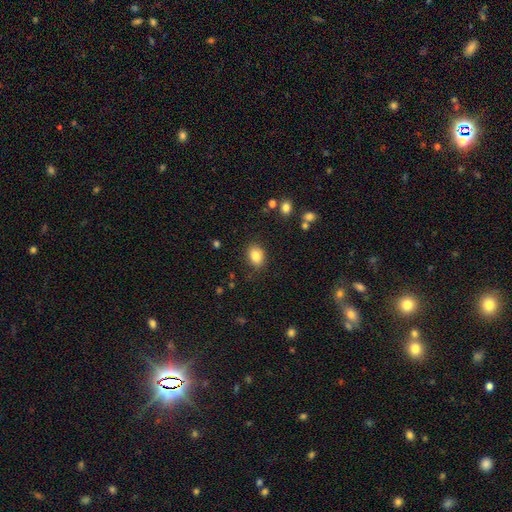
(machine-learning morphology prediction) A smooth galaxy with no disk features (84%) that is in between round and cigar-shaped (73%).

Vote fractions:
- Smooth or featured? smooth: 84% / star or artifact: 9% / featured or disk: 7%
- How rounded? in between: 73% / round: 26% / cigar-shaped: 1%
- Merging? none: 85% / minor disturbance: 10% / major disturbance: 3% / merger: 1%